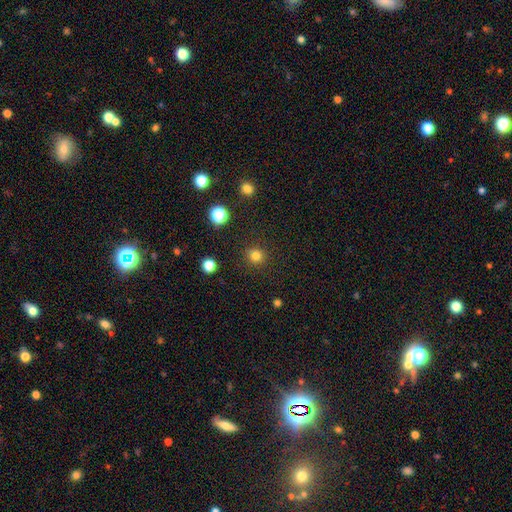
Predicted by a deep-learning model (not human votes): Q: Smooth or featured?
A: smooth (80%); runner-up: star or artifact (15%)
Q: How rounded?
A: round (92%); runner-up: in between (7%)
Q: Merging?
A: none (90%); runner-up: minor disturbance (6%)